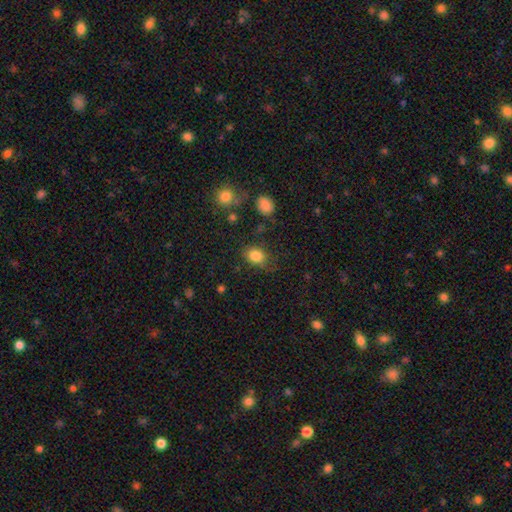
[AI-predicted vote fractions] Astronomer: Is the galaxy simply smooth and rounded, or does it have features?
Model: smooth — 83%.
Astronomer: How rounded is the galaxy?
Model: in between — 57% (runner-up: round, 42%).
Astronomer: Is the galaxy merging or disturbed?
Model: none — 74%.